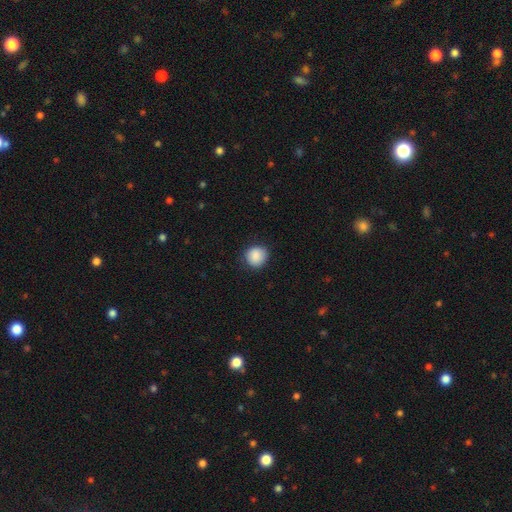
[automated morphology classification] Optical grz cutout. It shows a smooth galaxy with no disk features (88%) that is round (86%). Merging: none (83%).